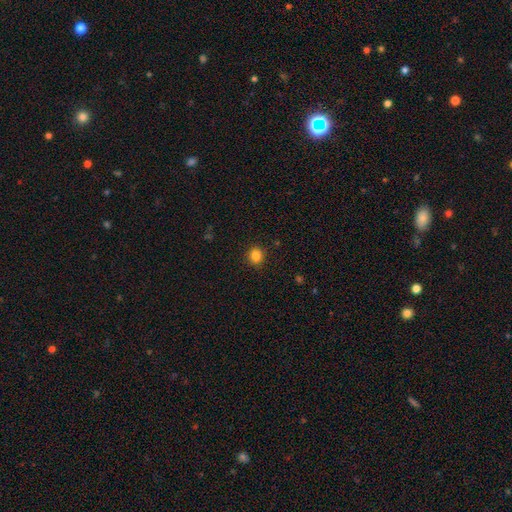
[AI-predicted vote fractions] Smooth or featured? smooth (84%)
How rounded? round (79%)
Merging? none (90%)